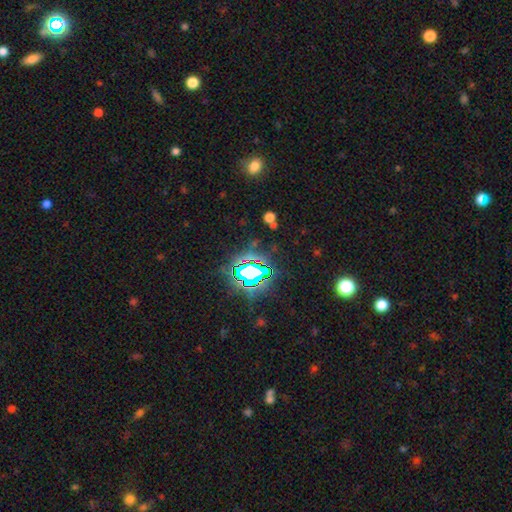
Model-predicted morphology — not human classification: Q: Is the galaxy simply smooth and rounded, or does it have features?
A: star or artifact — 80%.